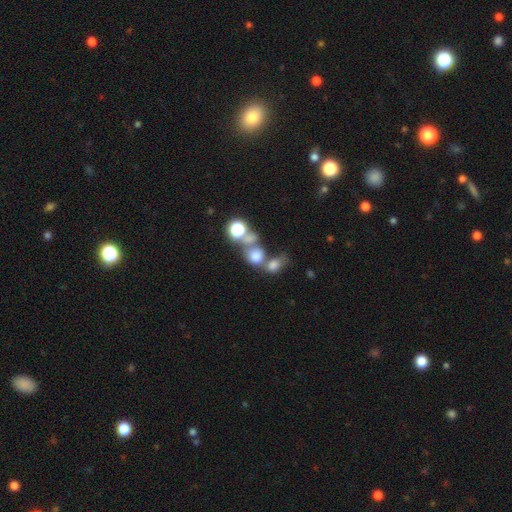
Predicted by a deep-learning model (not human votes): Smooth or featured: smooth — 67% (star or artifact — 17%)
How rounded: round — 58% (in between — 41%)
Merging: merger — 55% (none — 26%)